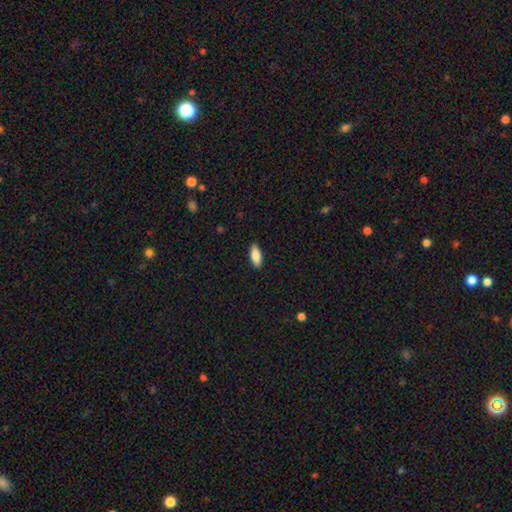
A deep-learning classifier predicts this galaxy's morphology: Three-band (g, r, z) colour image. It shows a smooth galaxy with no disk features (86%) that is in between round and cigar-shaped (79%). Merging: none (89%).